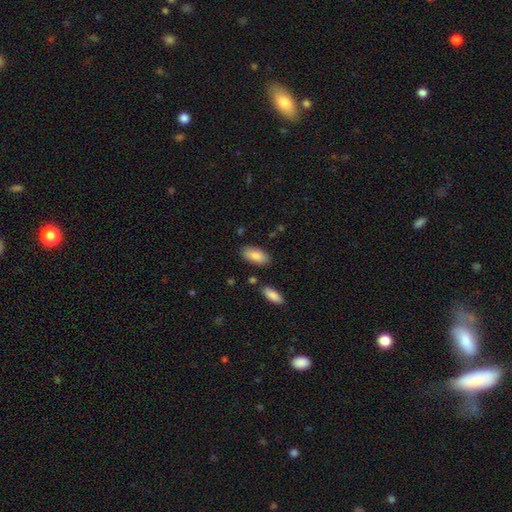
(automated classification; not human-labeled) Morphology: type=smooth (85%); roundness=in between (91%); merging=none (81%).